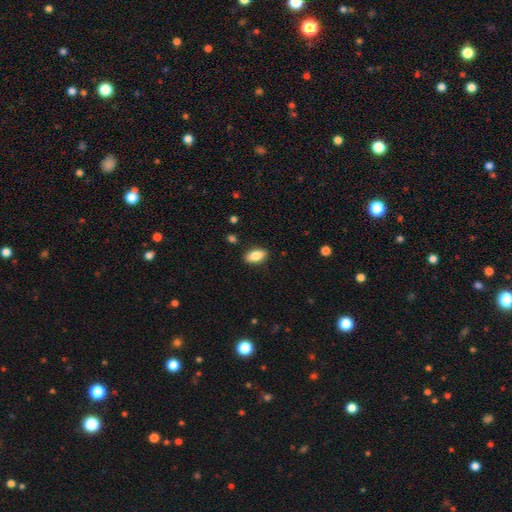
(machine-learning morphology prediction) Smooth or featured: smooth — 83% (featured or disk — 10%)
How rounded: in between — 89% (cigar-shaped — 7%)
Merging: none — 88% (minor disturbance — 9%)